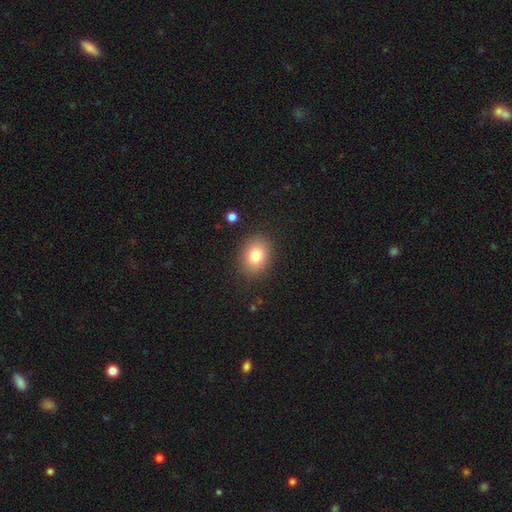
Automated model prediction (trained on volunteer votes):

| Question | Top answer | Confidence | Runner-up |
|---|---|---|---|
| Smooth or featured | smooth | 80% | star or artifact (10%) |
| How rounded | in between | 57% | round (42%) |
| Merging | none | 86% | minor disturbance (9%) |